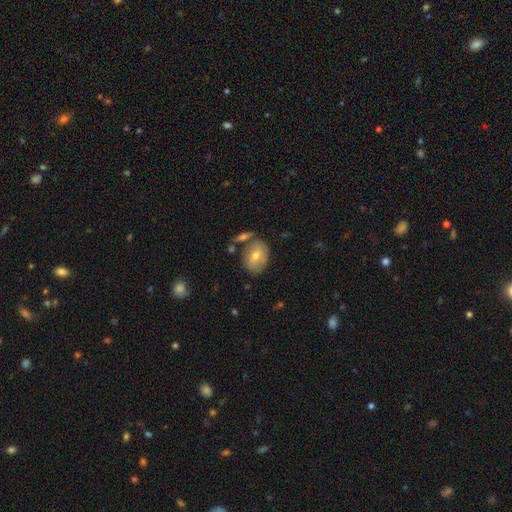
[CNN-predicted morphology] Smooth or featured?
  - smooth: 58% *
  - featured or disk: 33%
  - star or artifact: 9%
How rounded?
  - in between: 63% *
  - round: 35%
  - cigar-shaped: 2%
Merging?
  - none: 62% *
  - minor disturbance: 17%
  - merger: 16%
  - major disturbance: 5%